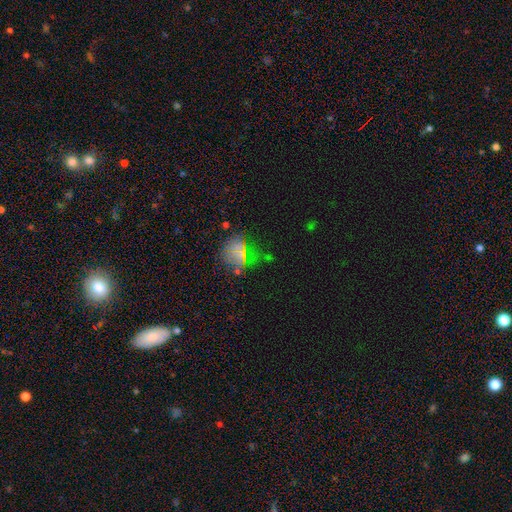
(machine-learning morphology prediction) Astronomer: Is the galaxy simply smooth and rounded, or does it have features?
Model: star or artifact — 35%, tied with smooth at 35%.